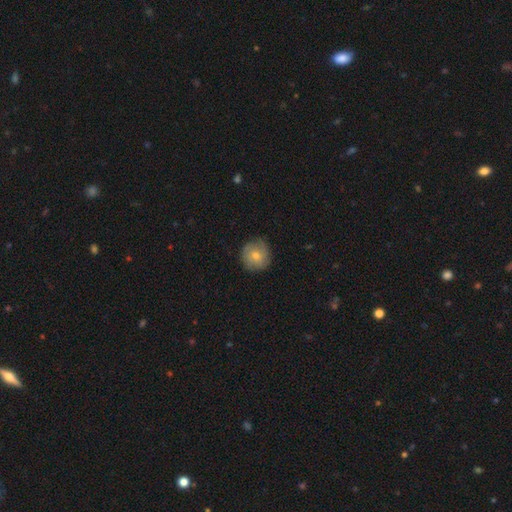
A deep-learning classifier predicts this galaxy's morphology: This appears to be a smooth galaxy with no disk features (61%) that is round (92%). Merging: none (82%).